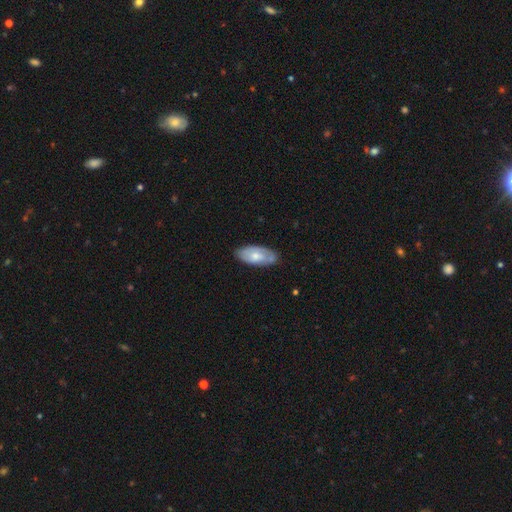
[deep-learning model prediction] A smooth galaxy with no disk features (58%) that is in between round and cigar-shaped (92%). Merging: none (69%).